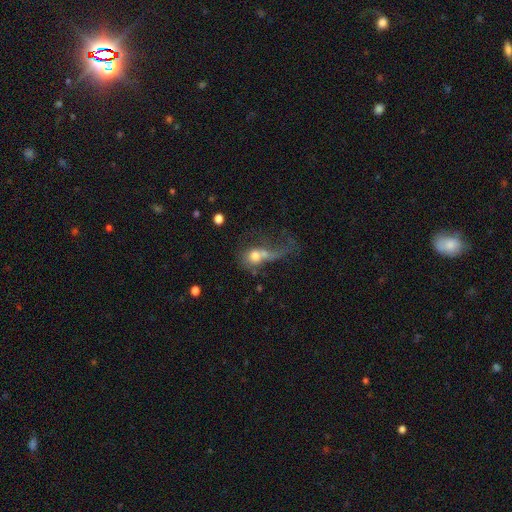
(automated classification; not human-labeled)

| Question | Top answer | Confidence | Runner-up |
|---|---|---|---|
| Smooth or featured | smooth | 58% | featured or disk (30%) |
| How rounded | round | 58% | in between (38%) |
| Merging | major disturbance | 39% | merger (37%) |